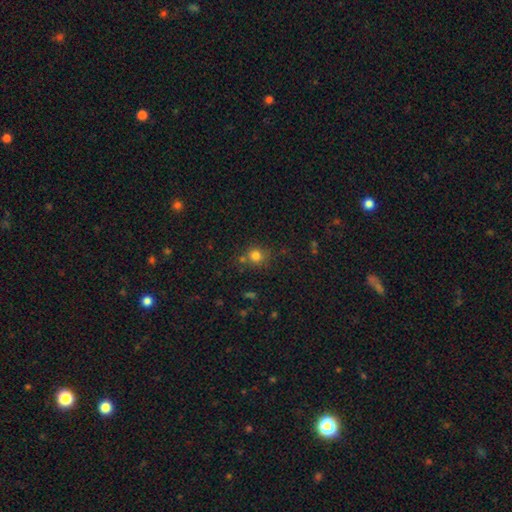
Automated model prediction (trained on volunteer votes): This is likely a smooth galaxy (78%). How rounded: clearly round (87%). Merging: likely none (71%).